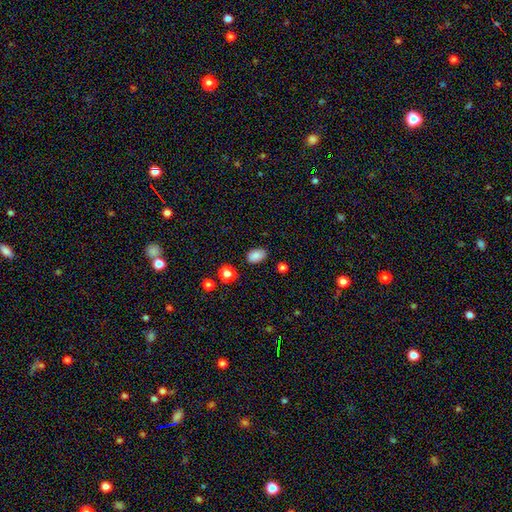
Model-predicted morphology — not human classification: This appears to be a smooth galaxy with no disk features (86%) that is in between round and cigar-shaped (87%). Merging: none (84%).